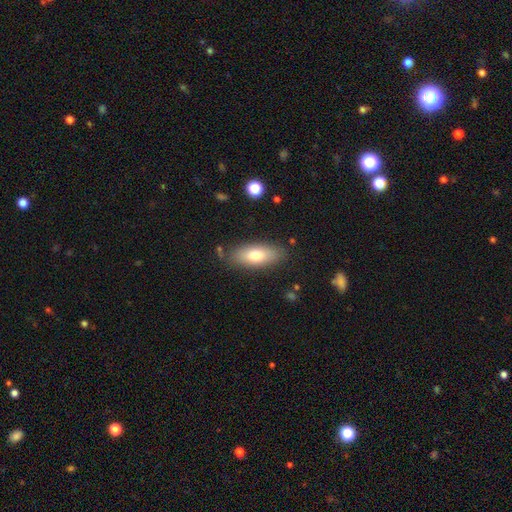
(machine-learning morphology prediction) Smooth or featured? smooth (74%)
How rounded? in between (79%)
Merging? none (82%)